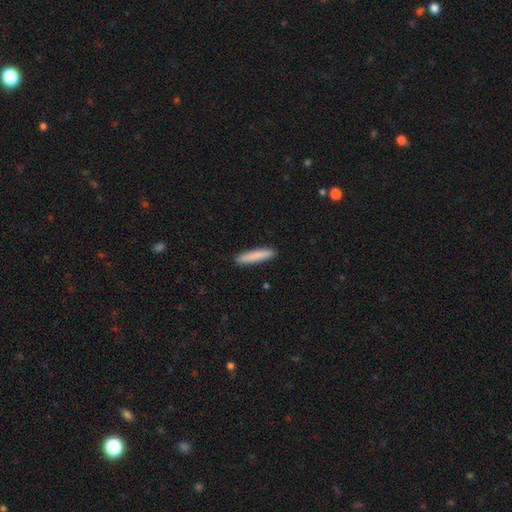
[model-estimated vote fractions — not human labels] Q: Smooth or featured?
A: smooth (86%); runner-up: featured or disk (8%)
Q: How rounded?
A: cigar-shaped (89%); runner-up: in between (10%)
Q: Merging?
A: none (91%); runner-up: minor disturbance (6%)